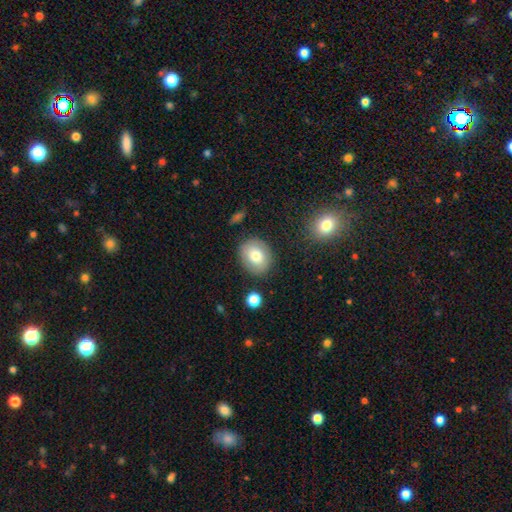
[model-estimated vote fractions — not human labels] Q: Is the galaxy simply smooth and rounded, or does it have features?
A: smooth — 75%.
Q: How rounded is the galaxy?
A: round — 57%.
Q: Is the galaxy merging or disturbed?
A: none — 84%.